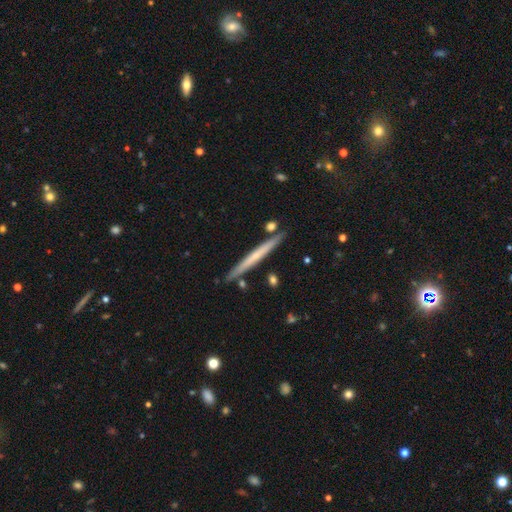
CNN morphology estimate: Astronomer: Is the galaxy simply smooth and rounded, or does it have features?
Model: featured or disk — 52% (runner-up: smooth, 42%).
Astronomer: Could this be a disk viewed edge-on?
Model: yes — 97%.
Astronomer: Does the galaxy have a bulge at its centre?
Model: none — 73%.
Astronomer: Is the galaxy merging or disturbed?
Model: none — 87%.